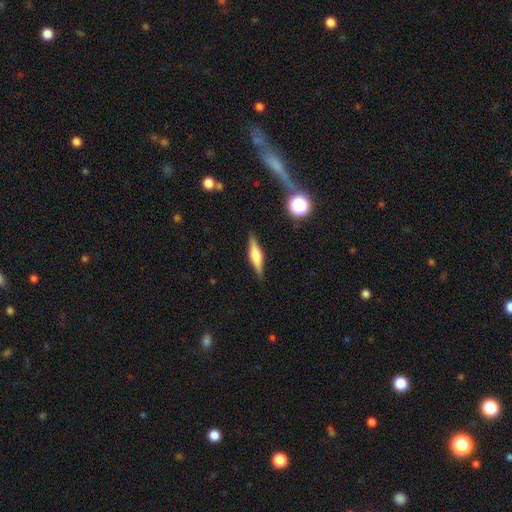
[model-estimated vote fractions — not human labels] A featured or disk galaxy (56%) viewed edge-on (95%) with a rounded central bulge (84%).

Vote fractions:
- Smooth or featured? featured or disk: 56% / smooth: 36% / star or artifact: 8%
- Edge-on disk? yes: 95% / no: 5%
- Edge-on bulge? rounded: 84% / boxy: 12% / none: 4%
- Merging? none: 88% / minor disturbance: 9% / major disturbance: 2% / merger: 1%